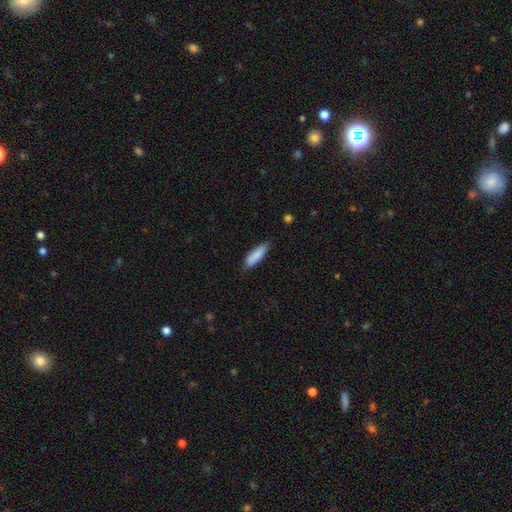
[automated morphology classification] type=smooth (85%); roundness=cigar-shaped (57%); merging=none (72%).